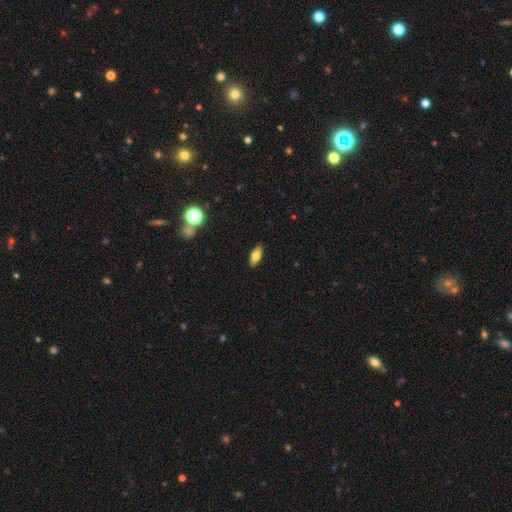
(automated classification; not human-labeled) smooth 70%, featured or disk 22%, star or artifact 8%. Down the decision tree: how rounded — in between (79%); merging — none (89%).